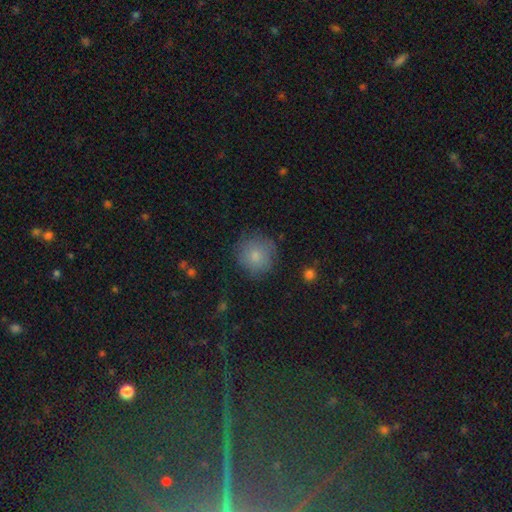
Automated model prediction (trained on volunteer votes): smooth 79%, featured or disk 11%, star or artifact 10%. Down the decision tree: how rounded — round (92%); merging — none (78%).